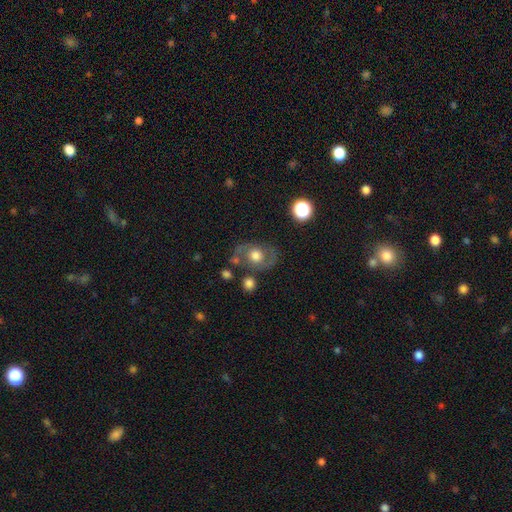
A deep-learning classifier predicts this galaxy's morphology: Overall: featured or disk (51%; smooth 41%). Edge-on disk: no (93%). Merging: none (68%).